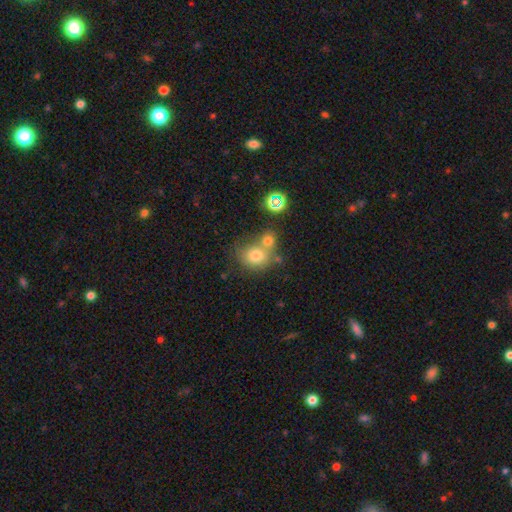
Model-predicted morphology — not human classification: The model was most divided on "merging": merger: 42%, none: 41%, minor disturbance: 11%, major disturbance: 6%. More confident: smooth or featured — smooth (73%); how rounded — round (69%).